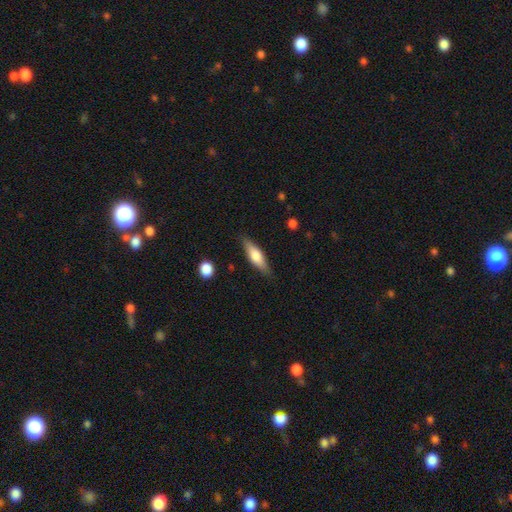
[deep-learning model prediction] A smooth galaxy with no disk features (60%) that is cigar-shaped (58%).

Vote fractions:
- Smooth or featured? smooth: 60% / featured or disk: 34% / star or artifact: 6%
- How rounded? cigar-shaped: 58% / in between: 40% / round: 2%
- Merging? none: 84% / minor disturbance: 12% / major disturbance: 3% / merger: 2%